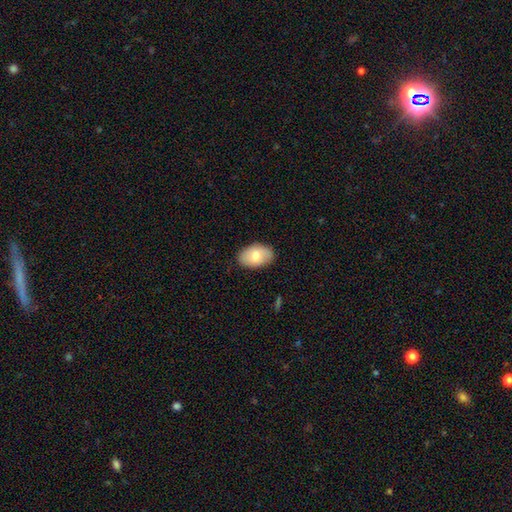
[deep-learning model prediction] A smooth galaxy with no disk features (73%) that is in between round and cigar-shaped (90%). Merging: none (84%).